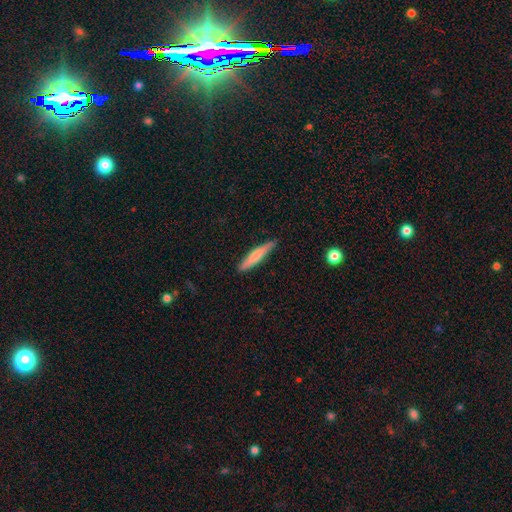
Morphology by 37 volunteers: Q: Smooth or featured?
A: smooth (65%); runner-up: featured or disk (30%)
Q: How rounded?
A: cigar-shaped (75%); runner-up: in between (21%)
Q: Merging?
A: none (80%); runner-up: minor disturbance (14%)